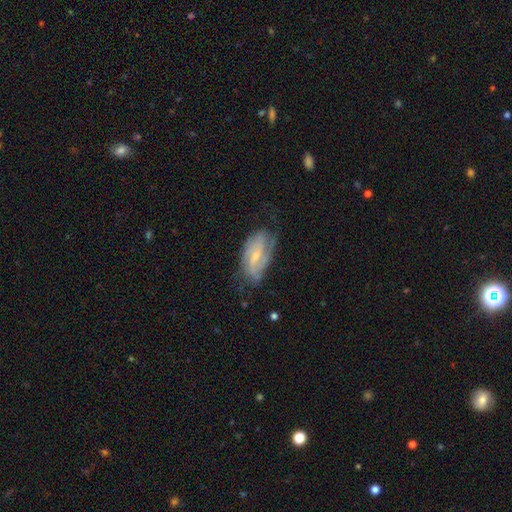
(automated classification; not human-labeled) The model was most divided on "spiral winding": medium: 42%, tight: 33%, loose: 24%. More confident: edge-on disk — no (94%); spiral arms — yes (89%); smooth or featured — featured or disk (73%); bulge size — small (62%); merging — none (60%); spiral arm count — 2 (56%); bar — weak (51%).